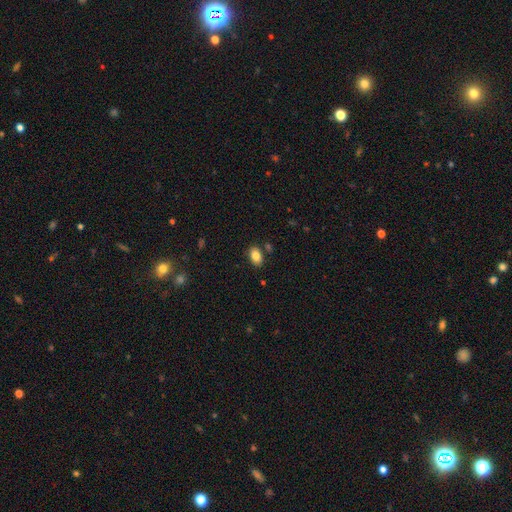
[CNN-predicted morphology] This appears to be a smooth galaxy with no disk features (86%) that is in between round and cigar-shaped (89%). Merging: none (83%).